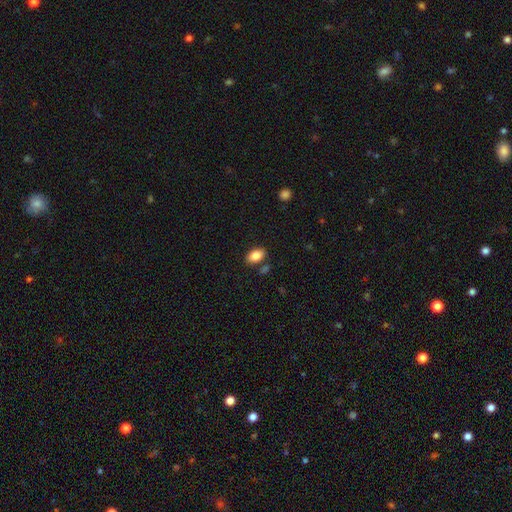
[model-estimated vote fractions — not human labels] Q: Smooth or featured?
A: smooth (87%); runner-up: star or artifact (8%)
Q: How rounded?
A: in between (90%); runner-up: round (8%)
Q: Merging?
A: none (81%); runner-up: minor disturbance (10%)